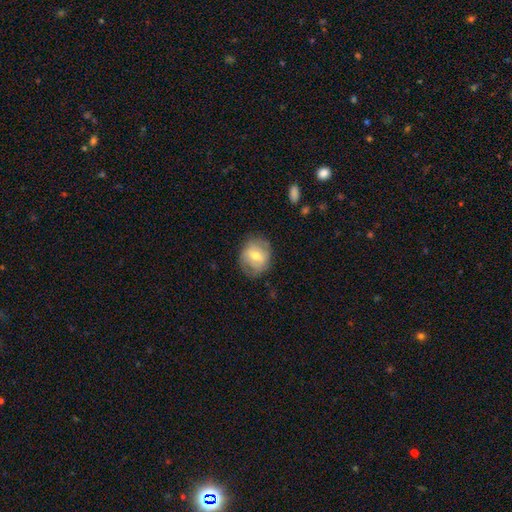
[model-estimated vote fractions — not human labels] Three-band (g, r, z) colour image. It shows a smooth galaxy with no disk features (53%) that is round (64%). Merging: none (75%).